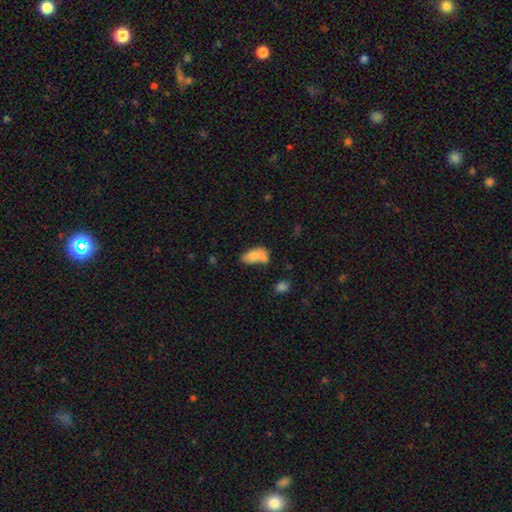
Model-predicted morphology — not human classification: A smooth galaxy with no disk features (78%) that is in between round and cigar-shaped (89%). Merging: none (34%).